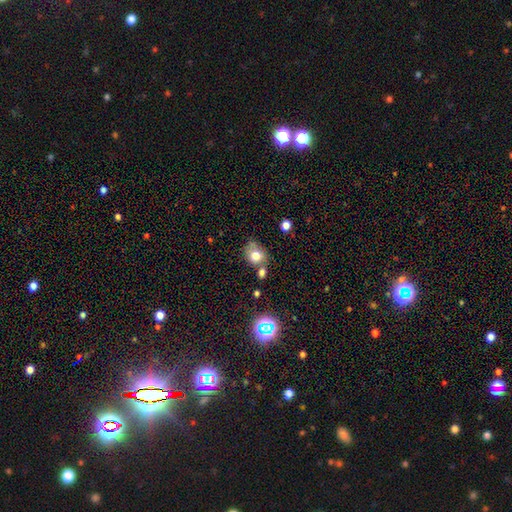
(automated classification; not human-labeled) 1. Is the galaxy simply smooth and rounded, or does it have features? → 75% smooth, 13% star or artifact, 12% featured or disk.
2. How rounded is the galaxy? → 62% round, 37% in between, 1% cigar-shaped.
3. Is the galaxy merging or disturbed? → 52% none, 21% merger, 20% minor disturbance, 7% major disturbance.